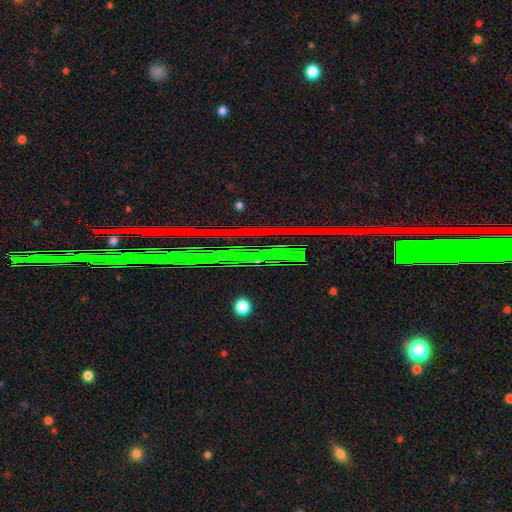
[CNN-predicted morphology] type=star or artifact (83%).